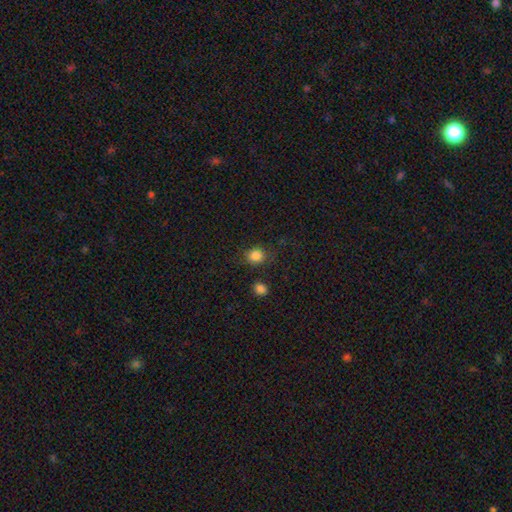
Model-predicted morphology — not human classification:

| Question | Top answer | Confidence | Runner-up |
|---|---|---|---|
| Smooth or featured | smooth | 85% | star or artifact (11%) |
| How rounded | round | 82% | in between (17%) |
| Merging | none | 80% | minor disturbance (12%) |